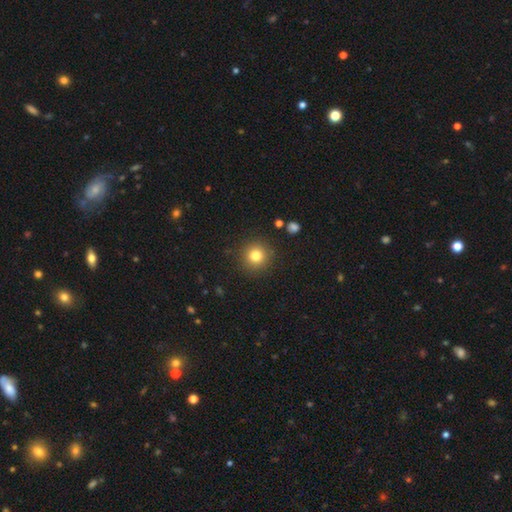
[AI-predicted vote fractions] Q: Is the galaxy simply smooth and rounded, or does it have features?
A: smooth — 80%.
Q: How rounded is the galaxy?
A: round — 93%.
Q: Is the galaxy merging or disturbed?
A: none — 89%.